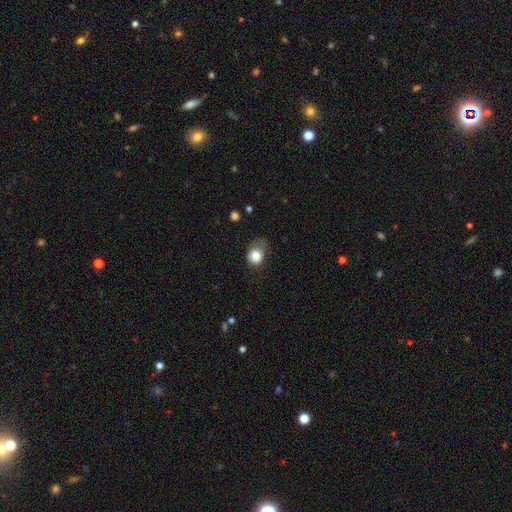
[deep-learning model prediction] smooth 82%, star or artifact 9%, featured or disk 9%. Down the decision tree: how rounded — round (57%); merging — minor disturbance (37%, tied with none).